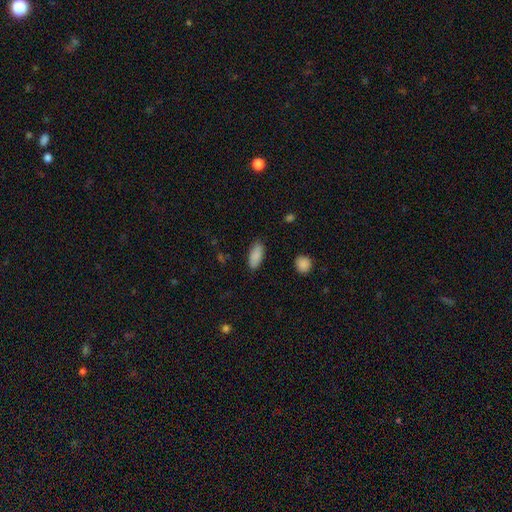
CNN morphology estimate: type=smooth (88%); roundness=in between (85%); merging=none (85%).